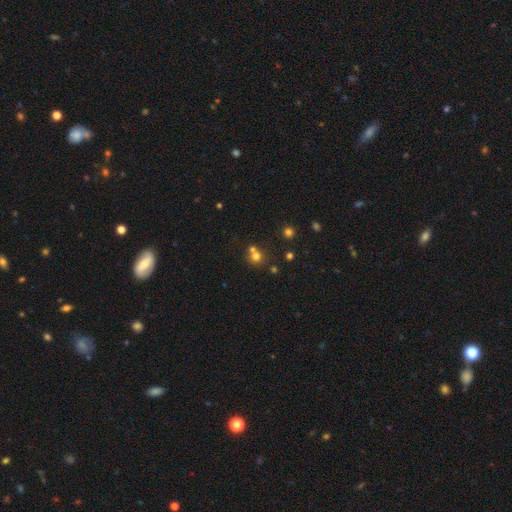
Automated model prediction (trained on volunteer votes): A smooth galaxy with no disk features (68%) that is round (85%). Merging: none (50%).